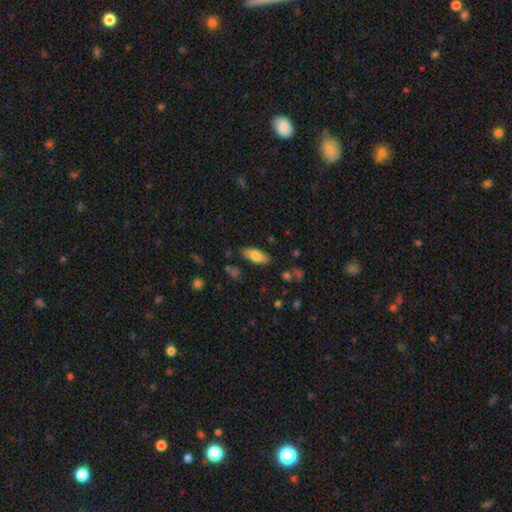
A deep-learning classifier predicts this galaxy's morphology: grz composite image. It shows a smooth galaxy with no disk features (80%) that is in between round and cigar-shaped (80%). Merging: none (80%).